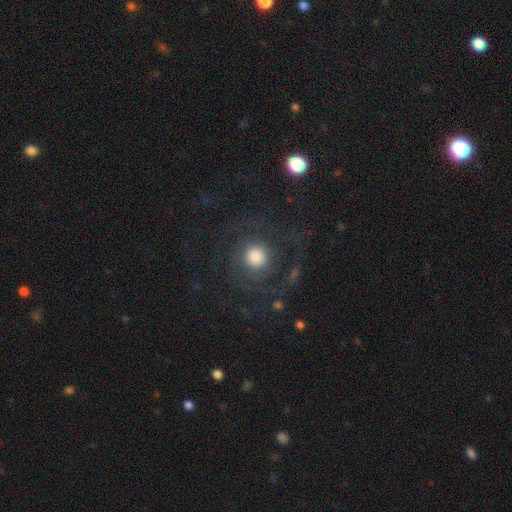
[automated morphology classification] Smooth or featured: featured or disk — 49% (smooth — 38%)
Merging: none — 71% (major disturbance — 15%)